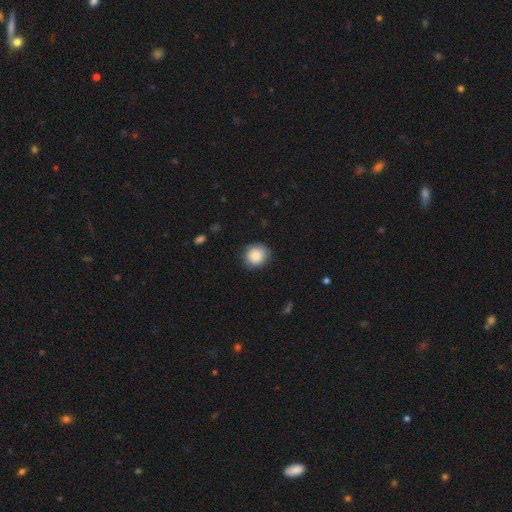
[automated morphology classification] smooth-or-featured: smooth: 87% | star or artifact: 8% | featured or disk: 6%
  how-rounded: round: 85% | in between: 14% | cigar-shaped: 1%
  merging: none: 82% | minor disturbance: 14% | major disturbance: 3% | merger: 1%